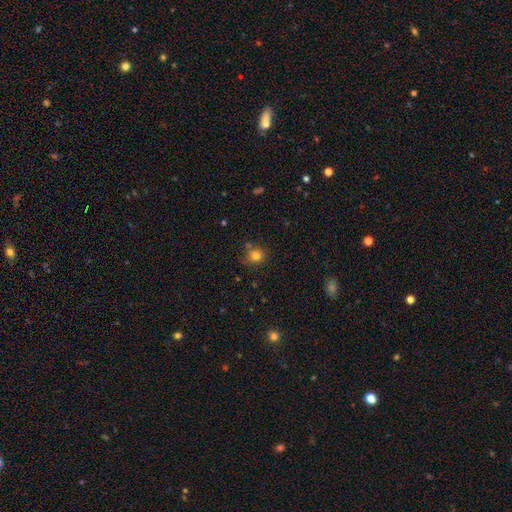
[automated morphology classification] A smooth galaxy with no disk features (80%) that is round (83%).

Vote fractions:
- Smooth or featured? smooth: 80% / star or artifact: 14% / featured or disk: 7%
- How rounded? round: 83% / in between: 16% / cigar-shaped: 1%
- Merging? none: 76% / minor disturbance: 13% / merger: 8% / major disturbance: 3%